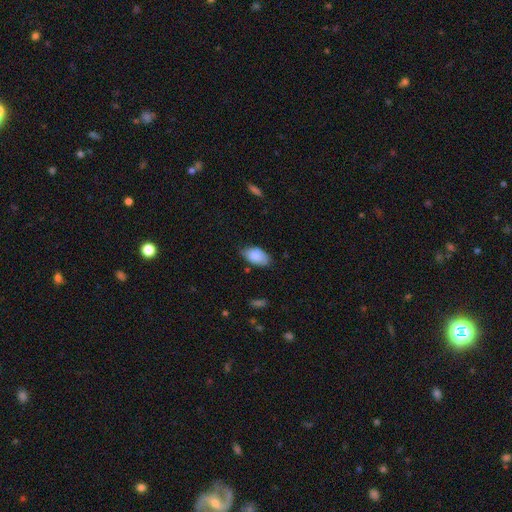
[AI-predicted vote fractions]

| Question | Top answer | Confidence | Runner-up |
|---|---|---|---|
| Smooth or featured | smooth | 87% | star or artifact (6%) |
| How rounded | in between | 94% | round (5%) |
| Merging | none | 66% | minor disturbance (28%) |